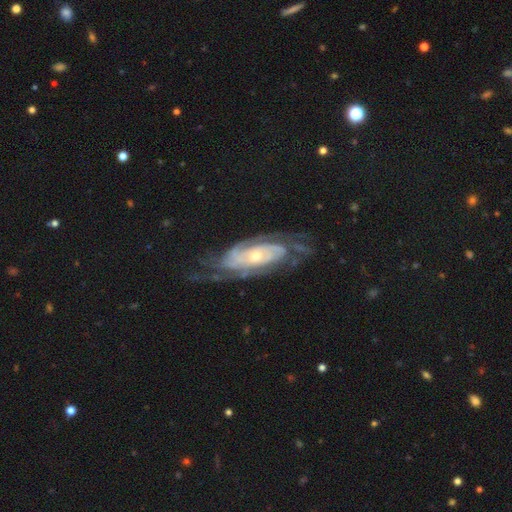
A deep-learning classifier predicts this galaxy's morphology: This appears to be a featured or disk galaxy (88%) with no bar (70%), can't tell (30%, tied with 2) tight (67%) spiral arms (96%) and a small central bulge (57%). Merging: none (68%).